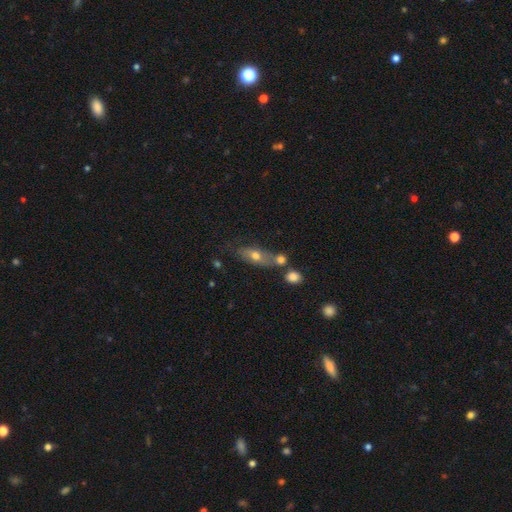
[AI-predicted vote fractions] smooth-or-featured: smooth: 65% | featured or disk: 26% | star or artifact: 9%
  how-rounded: in between: 73% | cigar-shaped: 19% | round: 8%
  merging: none: 46% | merger: 28% | minor disturbance: 18% | major disturbance: 8%